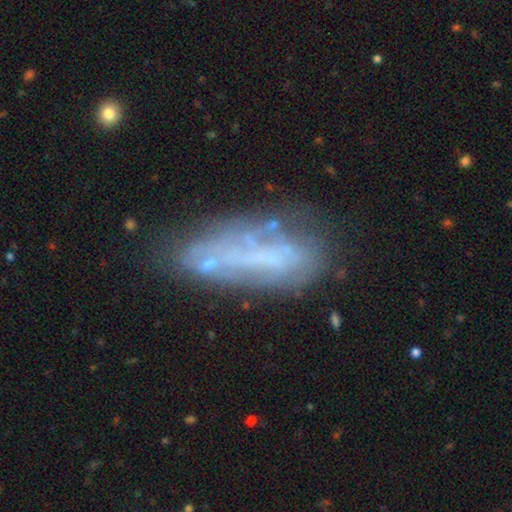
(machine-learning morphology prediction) A featured or disk galaxy (52%). Merging: none (49%).